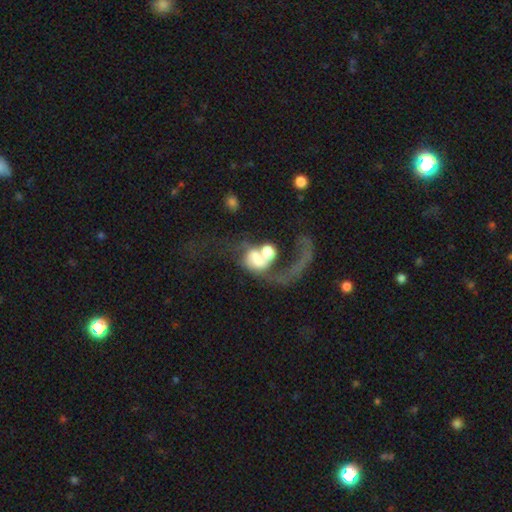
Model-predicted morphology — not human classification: Smooth or featured?
  - featured or disk: 51% *
  - smooth: 38%
  - star or artifact: 11%
Edge-on disk?
  - no: 97% *
  - yes: 3%
Merging?
  - merger: 49% *
  - major disturbance: 34%
  - none: 11%
  - minor disturbance: 6%